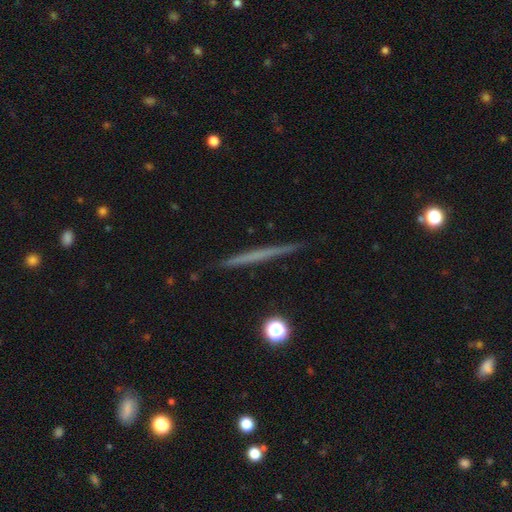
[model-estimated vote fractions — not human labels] This appears to be a featured or disk galaxy (52%) viewed edge-on (97%) with no central bulge (92%). Merging: none (92%).